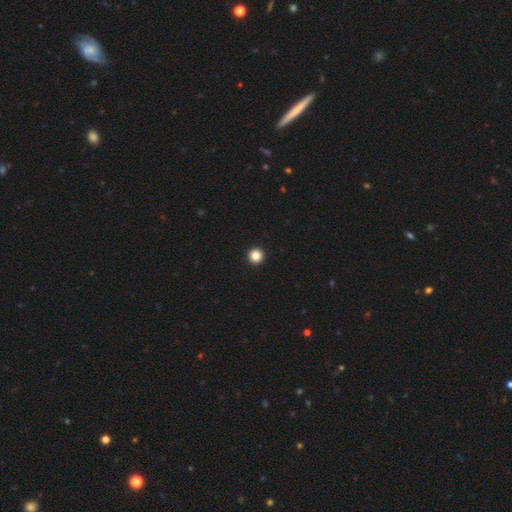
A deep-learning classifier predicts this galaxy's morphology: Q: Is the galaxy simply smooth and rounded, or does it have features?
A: smooth — 85%.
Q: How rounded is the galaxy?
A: round — 96%.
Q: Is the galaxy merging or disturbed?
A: none — 95%.